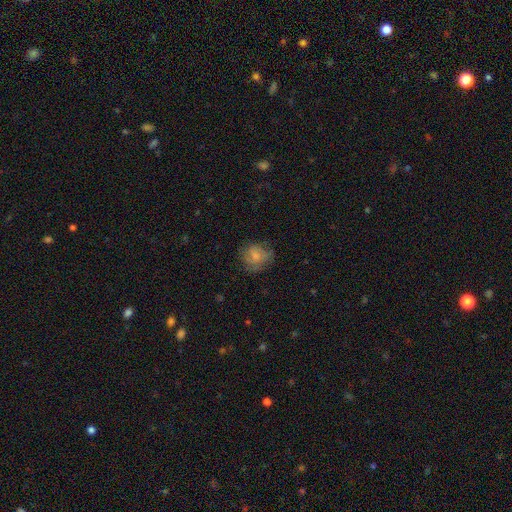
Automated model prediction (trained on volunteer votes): Smooth or featured: smooth — 66% (featured or disk — 25%)
How rounded: round — 73% (in between — 26%)
Merging: none — 64% (minor disturbance — 23%)